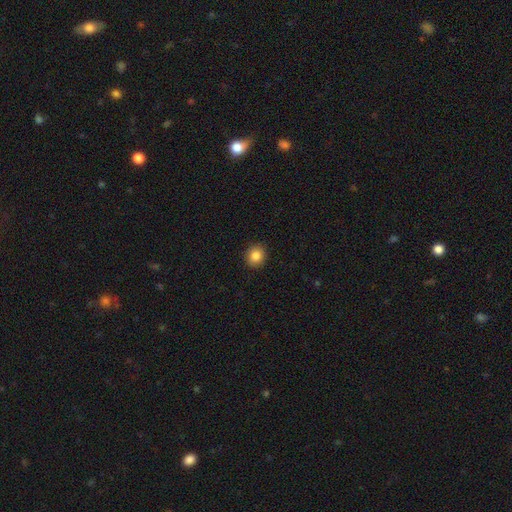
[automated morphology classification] A smooth galaxy with no disk features (85%) that is round (83%). Merging: none (92%).